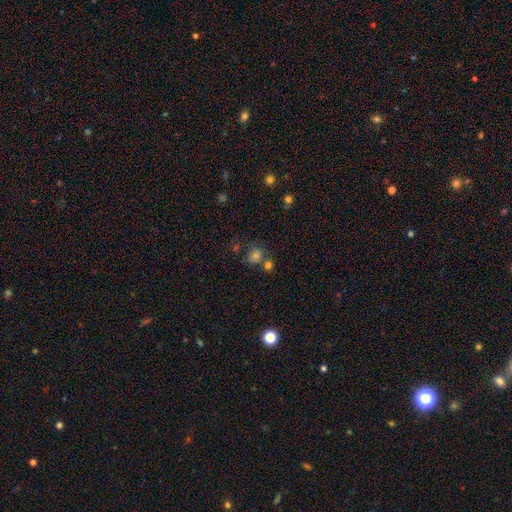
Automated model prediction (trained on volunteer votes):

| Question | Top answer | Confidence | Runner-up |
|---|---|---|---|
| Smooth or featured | smooth | 68% | star or artifact (20%) |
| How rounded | round | 79% | in between (20%) |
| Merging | none | 56% | merger (25%) |